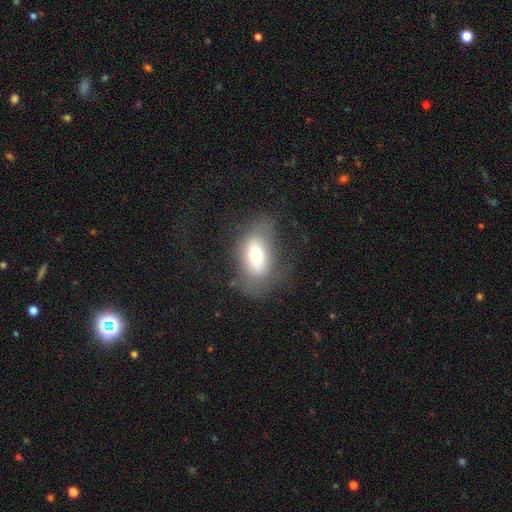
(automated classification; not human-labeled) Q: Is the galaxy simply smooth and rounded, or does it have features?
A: smooth — 61%.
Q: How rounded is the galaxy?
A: in between — 88%.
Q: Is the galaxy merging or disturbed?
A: none — 52%.